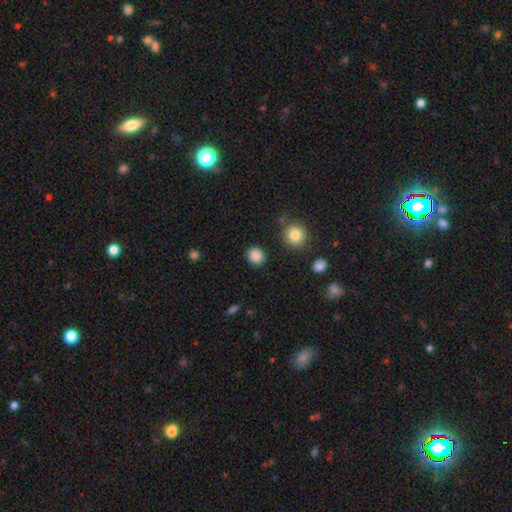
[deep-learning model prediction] Smooth or featured?
  - smooth: 88% *
  - star or artifact: 9%
  - featured or disk: 3%
How rounded?
  - round: 74% *
  - in between: 25%
  - cigar-shaped: 1%
Merging?
  - none: 88% *
  - minor disturbance: 7%
  - major disturbance: 3%
  - merger: 2%